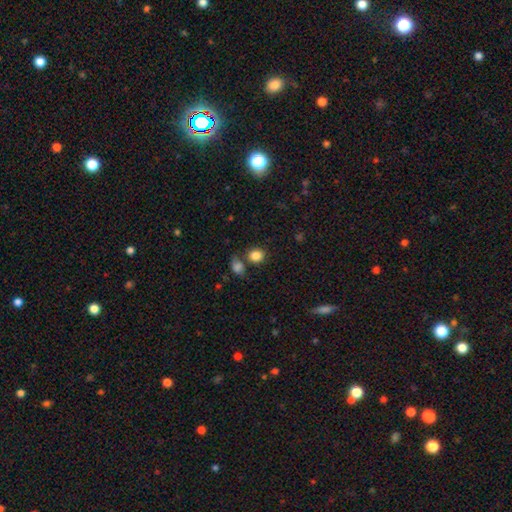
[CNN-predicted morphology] Smooth or featured: smooth — 85% (star or artifact — 10%)
How rounded: round — 75% (in between — 24%)
Merging: none — 67% (merger — 17%)